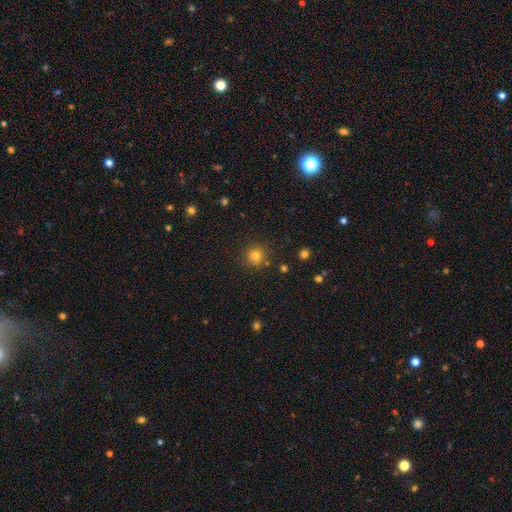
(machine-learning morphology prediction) type=smooth (79%); roundness=round (91%); merging=none (84%).